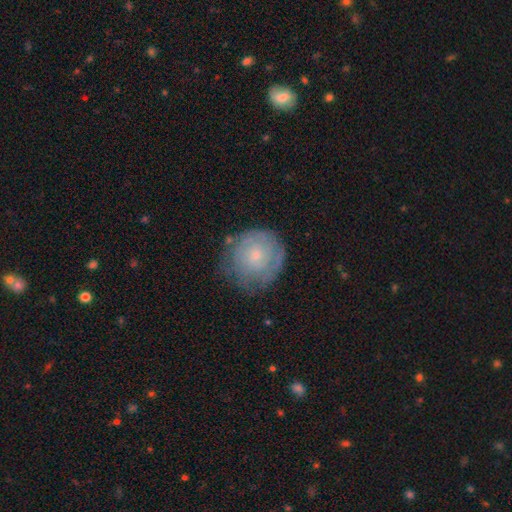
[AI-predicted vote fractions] The model was most divided on "smooth or featured": featured or disk: 48%, smooth: 45%, star or artifact: 7%. More confident: merging — none (67%).